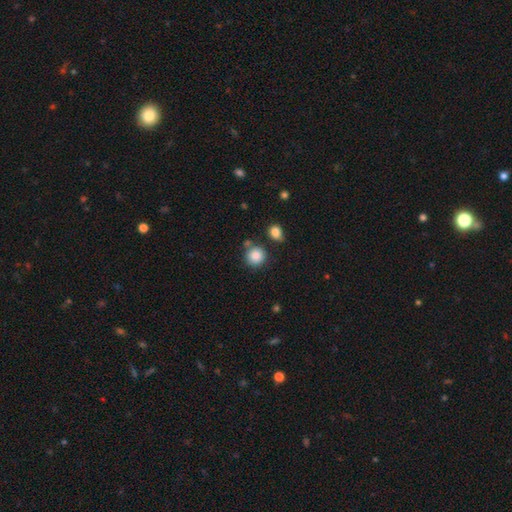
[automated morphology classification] smooth-or-featured: smooth: 85% | star or artifact: 9% | featured or disk: 6%
  how-rounded: round: 91% | in between: 8% | cigar-shaped: 1%
  merging: none: 75% | minor disturbance: 11% | merger: 10% | major disturbance: 3%